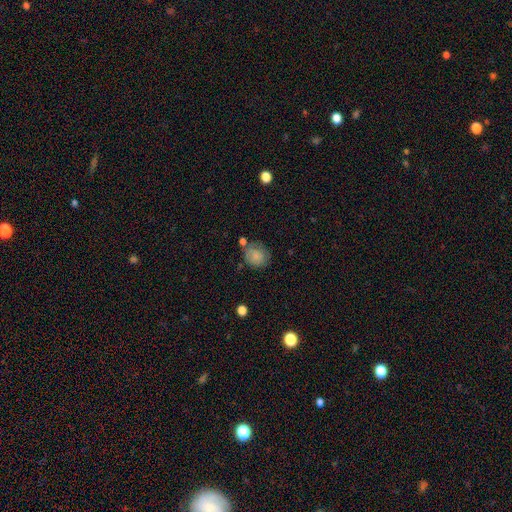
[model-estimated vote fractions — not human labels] A smooth galaxy with no disk features (81%) that is round (72%). Merging: none (61%).